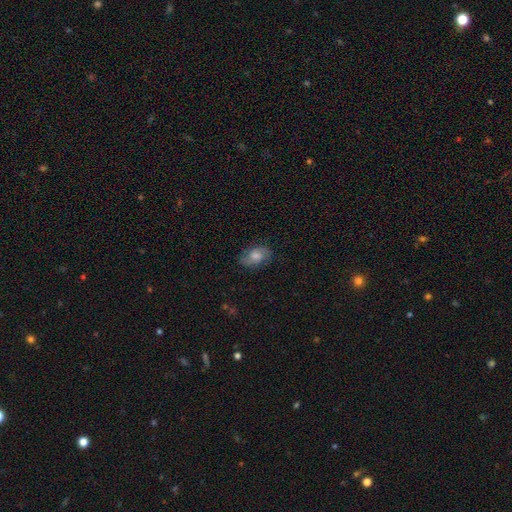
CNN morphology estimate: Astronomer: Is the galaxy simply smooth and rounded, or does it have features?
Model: featured or disk — 49% (runner-up: smooth, 40%).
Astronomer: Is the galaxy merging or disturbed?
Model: none — 79%.